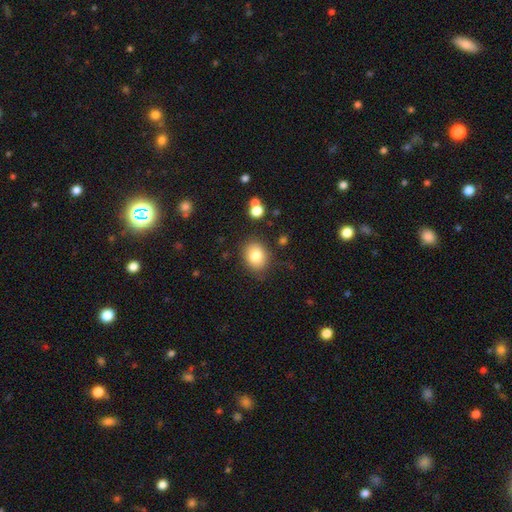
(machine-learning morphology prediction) This is clearly a smooth galaxy (81%). How rounded: possibly in between (53%). Merging: clearly none (82%).